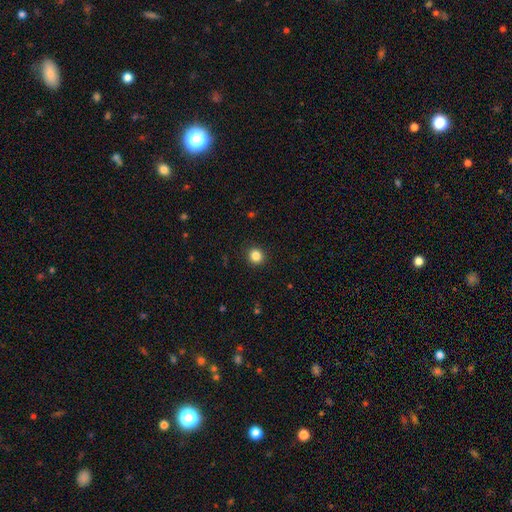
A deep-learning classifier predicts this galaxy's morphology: This is clearly a smooth galaxy (84%). How rounded: clearly round (93%). Merging: clearly none (92%).